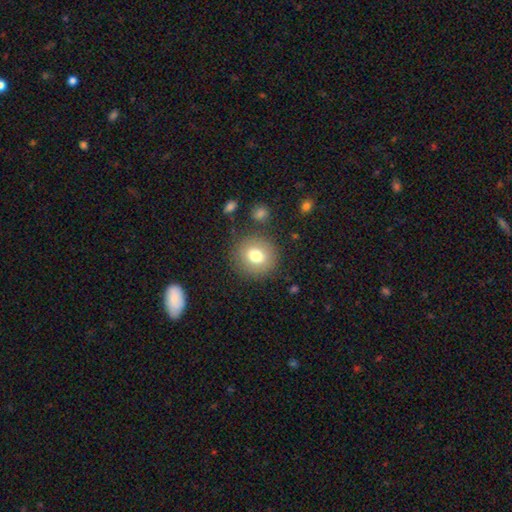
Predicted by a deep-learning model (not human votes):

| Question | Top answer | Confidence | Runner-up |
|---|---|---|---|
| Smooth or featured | smooth | 75% | featured or disk (14%) |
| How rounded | round | 89% | in between (10%) |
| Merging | none | 85% | minor disturbance (9%) |